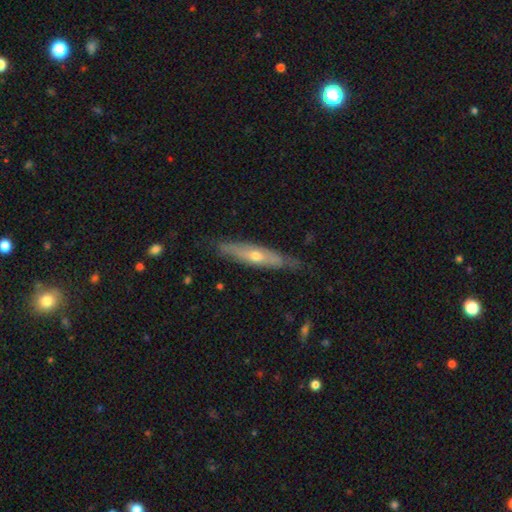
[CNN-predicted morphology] smooth-or-featured: featured or disk: 65% | smooth: 29% | star or artifact: 6%
  disk-edge-on: yes: 76% | no: 24%
  merging: none: 81% | minor disturbance: 15% | major disturbance: 2% | merger: 1%